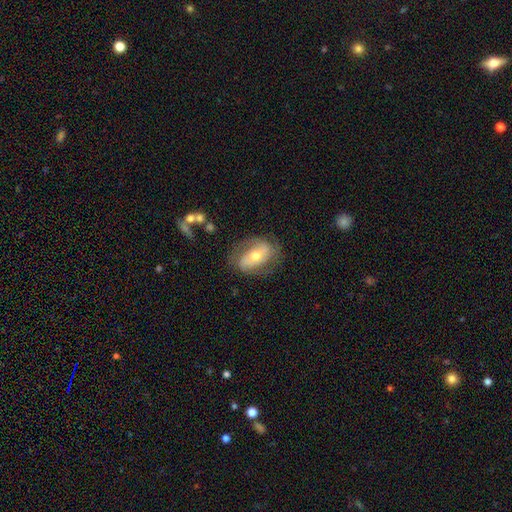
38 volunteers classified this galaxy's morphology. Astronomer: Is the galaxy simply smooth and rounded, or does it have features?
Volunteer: featured or disk — 55% (runner-up: smooth, 37%).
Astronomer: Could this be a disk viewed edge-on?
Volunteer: no — 71%.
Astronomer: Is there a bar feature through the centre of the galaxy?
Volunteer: no — 53% (runner-up: weak, 33%).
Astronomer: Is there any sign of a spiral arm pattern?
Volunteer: yes — 73%.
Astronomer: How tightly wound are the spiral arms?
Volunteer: tight — 36%, tied with loose at 36%.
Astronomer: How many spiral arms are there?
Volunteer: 2 — 73%.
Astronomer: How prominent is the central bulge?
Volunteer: moderate — 87%.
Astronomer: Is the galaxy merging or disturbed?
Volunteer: none — 69%.